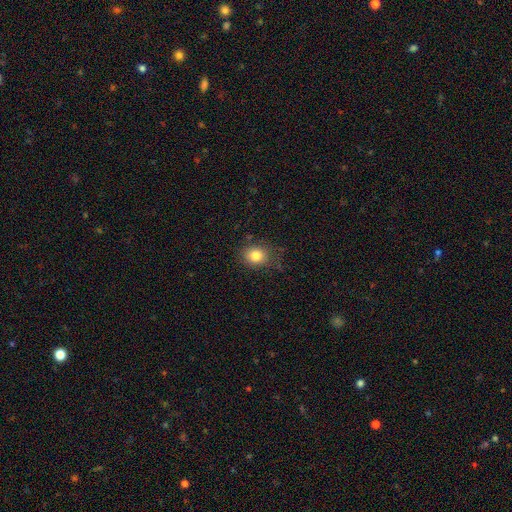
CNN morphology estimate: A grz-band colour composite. It shows a smooth galaxy with no disk features (81%) that is round (64%). Merging: none (79%).